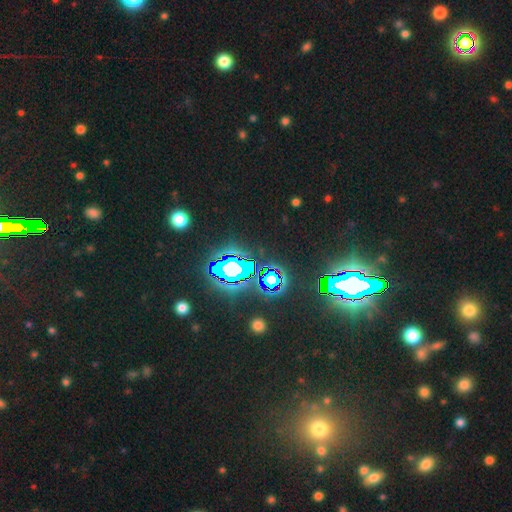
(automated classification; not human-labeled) smooth-or-featured: star or artifact: 83% | smooth: 10% | featured or disk: 7%